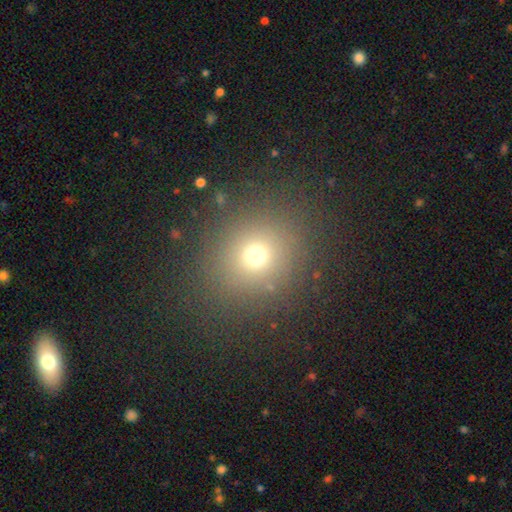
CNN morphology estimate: This appears to be a smooth galaxy with no disk features (69%) that is round (86%). Merging: none (86%).